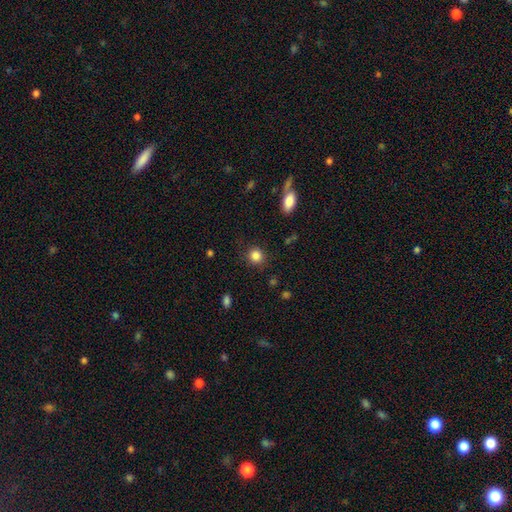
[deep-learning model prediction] Overall: smooth (85%). How rounded: round (87%). Merging: none (87%).